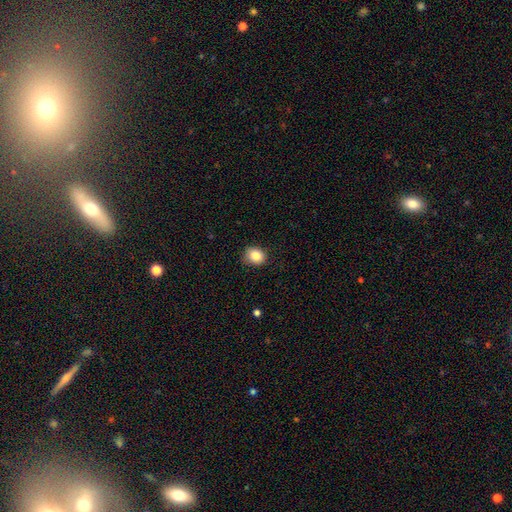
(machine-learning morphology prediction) Q: Smooth or featured?
A: smooth (84%); runner-up: star or artifact (10%)
Q: How rounded?
A: round (68%); runner-up: in between (32%)
Q: Merging?
A: none (79%); runner-up: minor disturbance (17%)